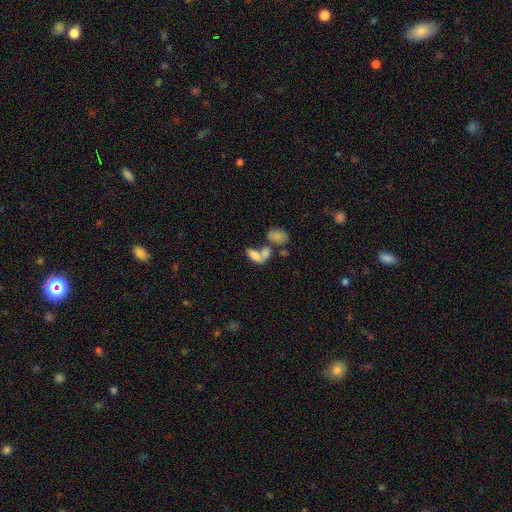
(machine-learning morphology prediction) Smooth or featured? Predicted: smooth (p=0.71). How rounded? Predicted: in between (p=0.88). Merging? Predicted: merger (p=0.59).